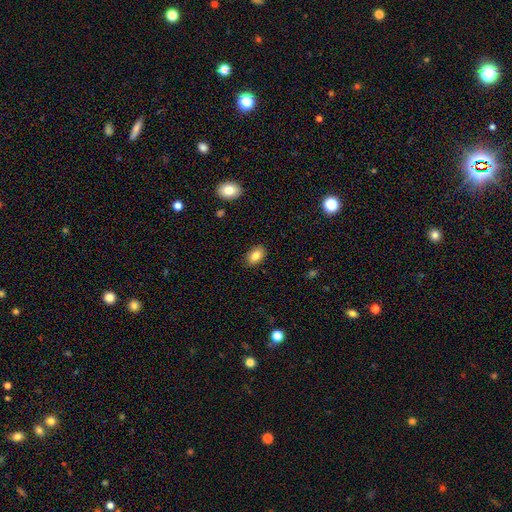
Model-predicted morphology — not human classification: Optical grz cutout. It shows a smooth galaxy with no disk features (83%) that is in between round and cigar-shaped (86%). Merging: none (88%).